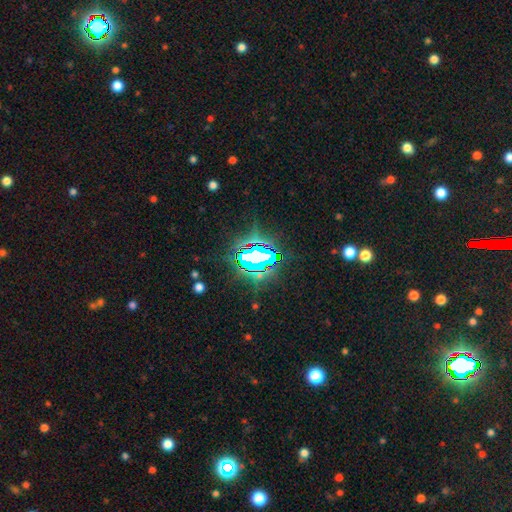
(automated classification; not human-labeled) smooth-or-featured: star or artifact: 75% | smooth: 13% | featured or disk: 12%